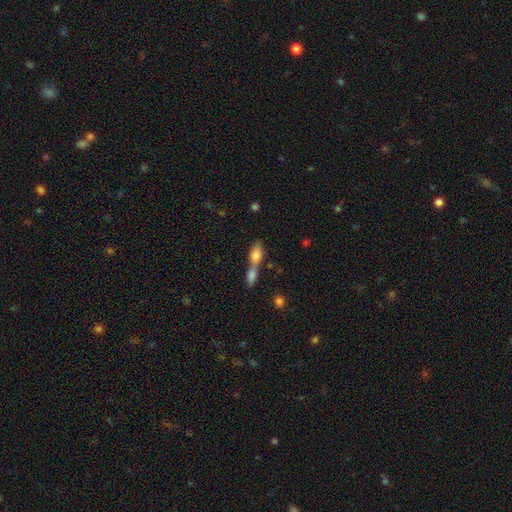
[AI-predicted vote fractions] Smooth or featured: smooth — 77% (featured or disk — 15%)
How rounded: in between — 79% (cigar-shaped — 14%)
Merging: merger — 67% (none — 23%)